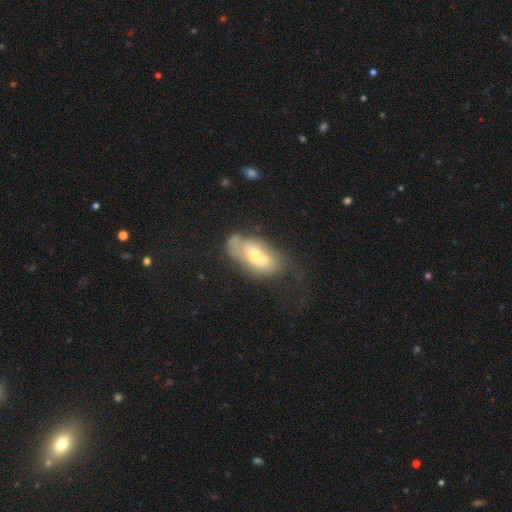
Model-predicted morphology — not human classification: smooth_or_featured: smooth (p=0.48) [alt: featured or disk p=0.44]
merging: merger (p=0.44) [alt: none p=0.21]